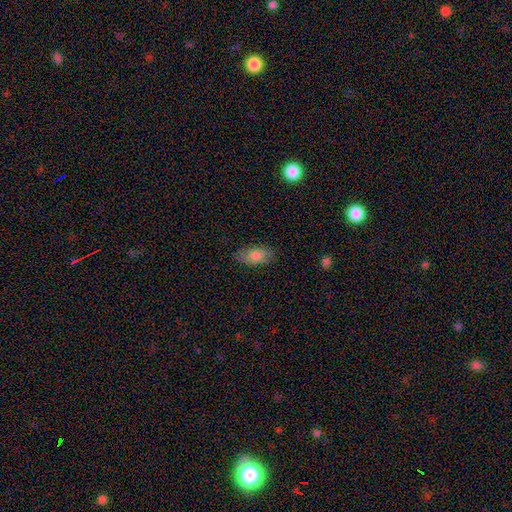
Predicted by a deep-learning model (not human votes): This appears to be a smooth galaxy with no disk features (81%) that is in between round and cigar-shaped (91%). Merging: none (81%).